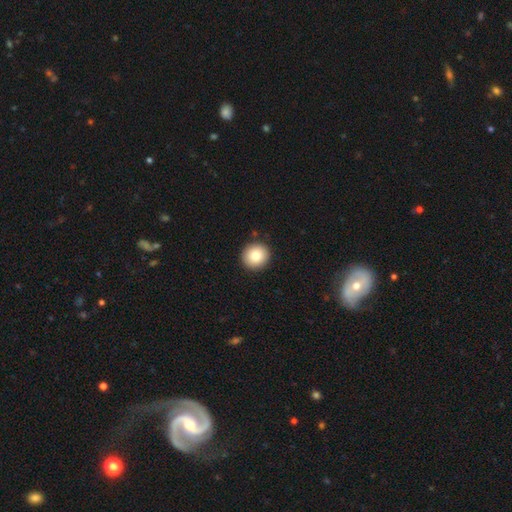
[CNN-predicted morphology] smooth 84%, star or artifact 9%, featured or disk 8%. Down the decision tree: how rounded — round (91%); merging — none (91%).